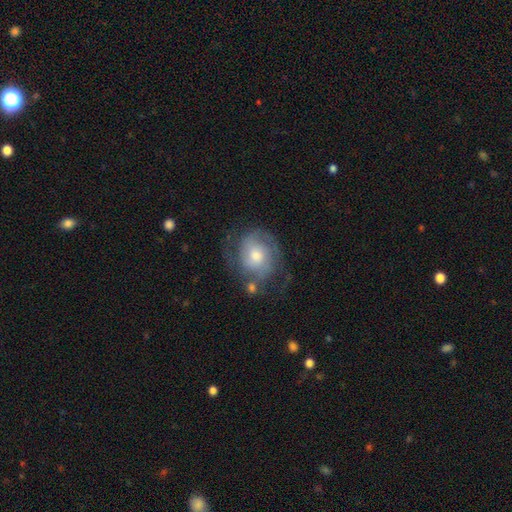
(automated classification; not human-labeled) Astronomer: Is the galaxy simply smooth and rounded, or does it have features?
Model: featured or disk — 71%.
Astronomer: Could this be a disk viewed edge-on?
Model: no — 97%.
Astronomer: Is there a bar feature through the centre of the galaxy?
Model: no — 73%.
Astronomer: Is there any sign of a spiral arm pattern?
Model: yes — 89%.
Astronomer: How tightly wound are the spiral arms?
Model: tight — 53% (runner-up: medium, 35%).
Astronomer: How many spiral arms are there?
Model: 2 — 57%.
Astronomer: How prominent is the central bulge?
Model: moderate — 64%.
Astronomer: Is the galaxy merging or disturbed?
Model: none — 63%.